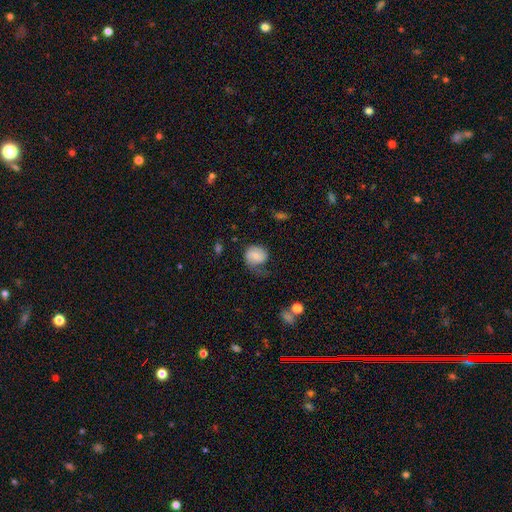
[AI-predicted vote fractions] smooth_or_featured: smooth (p=0.63) [alt: featured or disk p=0.29]
how_rounded: round (p=0.71) [alt: in between p=0.28]
merging: none (p=0.42) [alt: minor disturbance p=0.30]